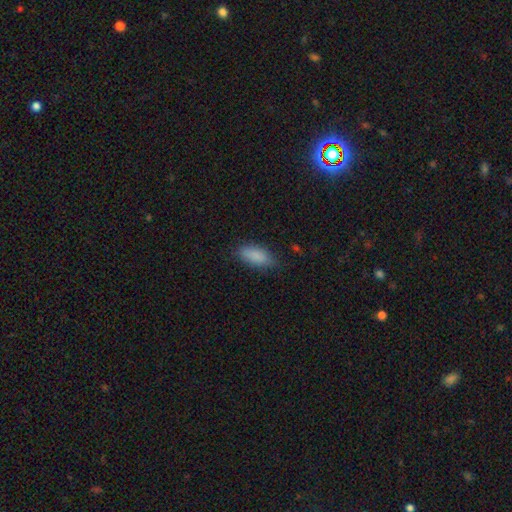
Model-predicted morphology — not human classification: A smooth galaxy with no disk features (87%) that is in between round and cigar-shaped (80%).

Vote fractions:
- Smooth or featured? smooth: 87% / star or artifact: 7% / featured or disk: 6%
- How rounded? in between: 80% / cigar-shaped: 17% / round: 2%
- Merging? none: 79% / minor disturbance: 16% / major disturbance: 3% / merger: 1%